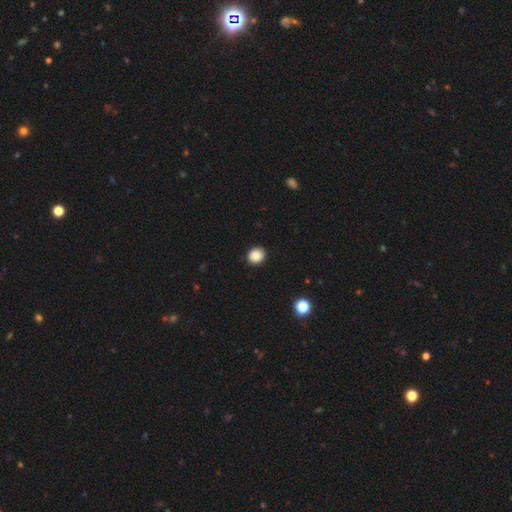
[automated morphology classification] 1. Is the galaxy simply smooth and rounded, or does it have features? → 87% smooth, 10% star or artifact, 3% featured or disk.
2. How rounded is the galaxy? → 75% round, 24% in between, 1% cigar-shaped.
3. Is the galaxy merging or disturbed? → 90% none, 7% minor disturbance, 2% major disturbance, 1% merger.